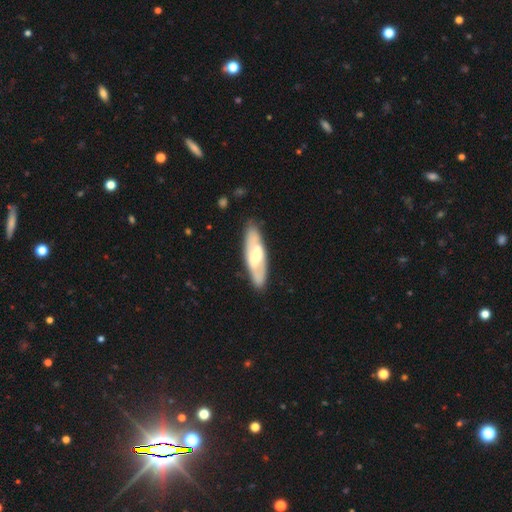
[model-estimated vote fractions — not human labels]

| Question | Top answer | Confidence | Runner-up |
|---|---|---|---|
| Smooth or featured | featured or disk | 59% | smooth (37%) |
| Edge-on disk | no | 73% | yes (27%) |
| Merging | none | 84% | minor disturbance (11%) |